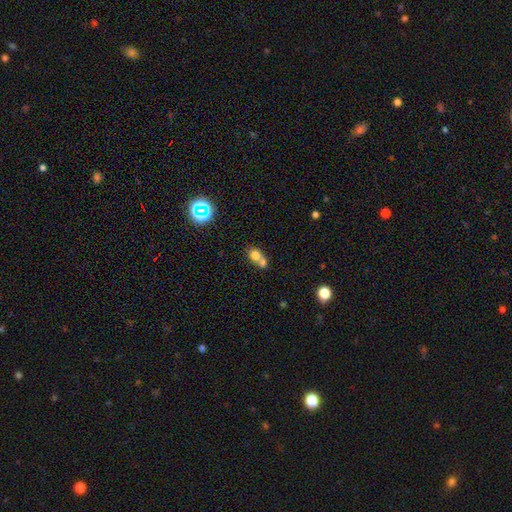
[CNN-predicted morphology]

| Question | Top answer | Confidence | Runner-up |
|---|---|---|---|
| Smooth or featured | smooth | 71% | featured or disk (16%) |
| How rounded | round | 55% | in between (43%) |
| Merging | merger | 63% | none (26%) |